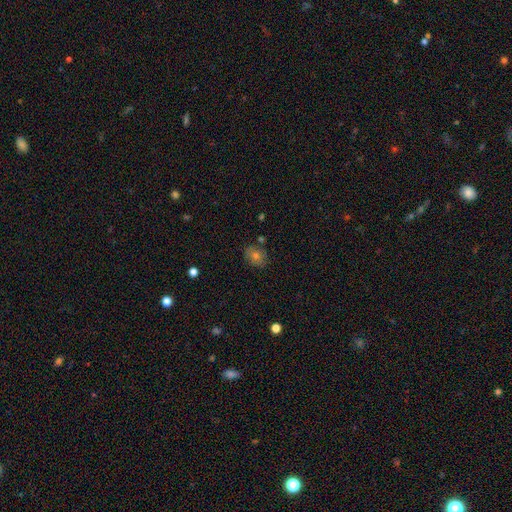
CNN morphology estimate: This appears to be a smooth galaxy with no disk features (57%) that is round (54%). Merging: none (79%).